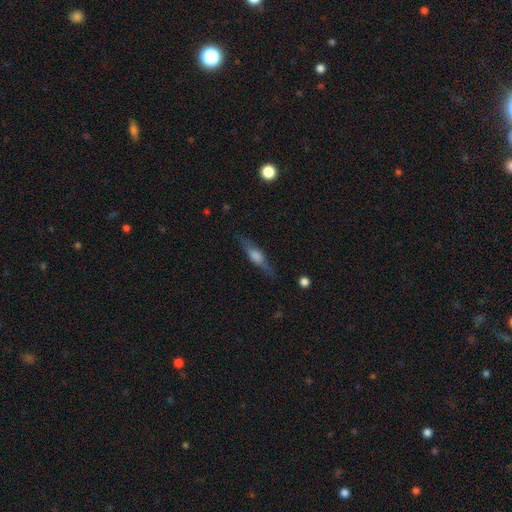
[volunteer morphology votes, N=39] Smooth or featured? featured or disk (90%)
Edge-on disk? yes (97%)
Edge-on bulge? rounded (82%)
Merging? none (85%)